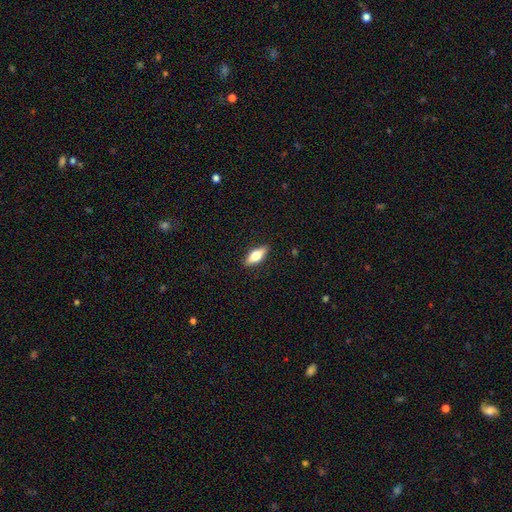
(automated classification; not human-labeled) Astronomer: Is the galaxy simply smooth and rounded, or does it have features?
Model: smooth — 63%.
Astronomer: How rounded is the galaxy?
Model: in between — 71%.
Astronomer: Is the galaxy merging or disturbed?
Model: none — 88%.